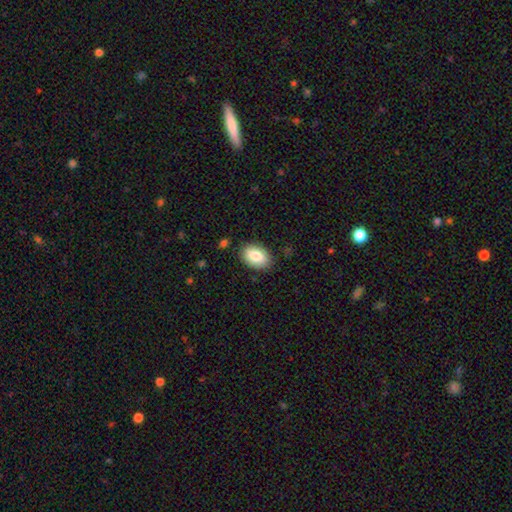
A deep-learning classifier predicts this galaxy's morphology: Q: Smooth or featured?
A: smooth (85%); runner-up: featured or disk (8%)
Q: How rounded?
A: in between (89%); runner-up: round (10%)
Q: Merging?
A: none (85%); runner-up: minor disturbance (11%)